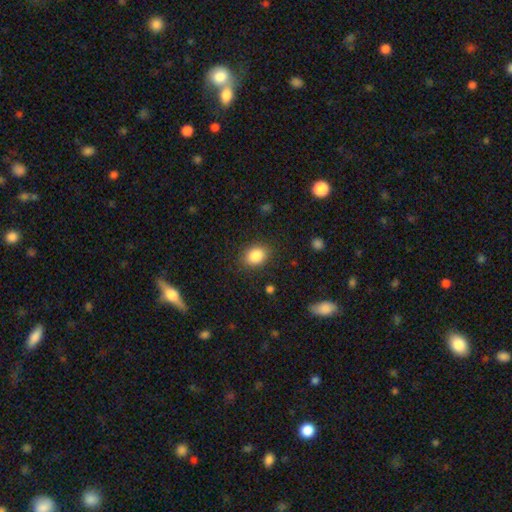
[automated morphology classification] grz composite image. It shows a smooth galaxy with no disk features (86%) that is in between round and cigar-shaped (58%). Merging: none (86%).